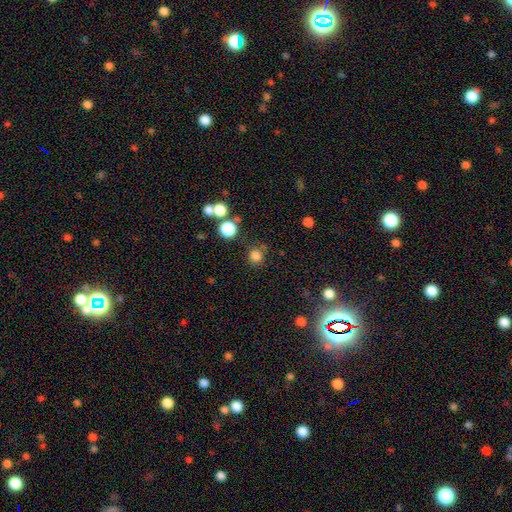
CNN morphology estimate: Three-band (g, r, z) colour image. It shows a smooth galaxy with no disk features (80%) that is round (92%). Merging: none (81%).